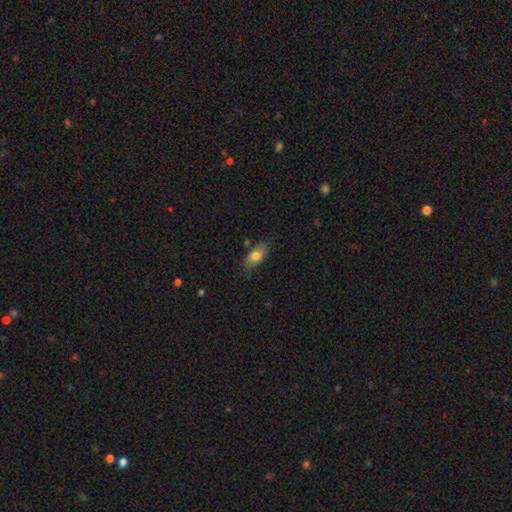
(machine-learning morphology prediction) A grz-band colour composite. It shows a smooth galaxy with no disk features (77%) that is in between round and cigar-shaped (87%). Merging: none (74%).